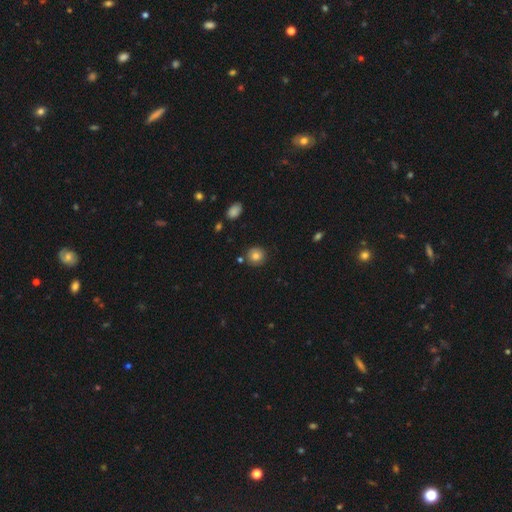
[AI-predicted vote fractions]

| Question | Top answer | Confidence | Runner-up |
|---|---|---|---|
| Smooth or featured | smooth | 81% | star or artifact (10%) |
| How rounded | round | 90% | in between (9%) |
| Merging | none | 85% | minor disturbance (9%) |